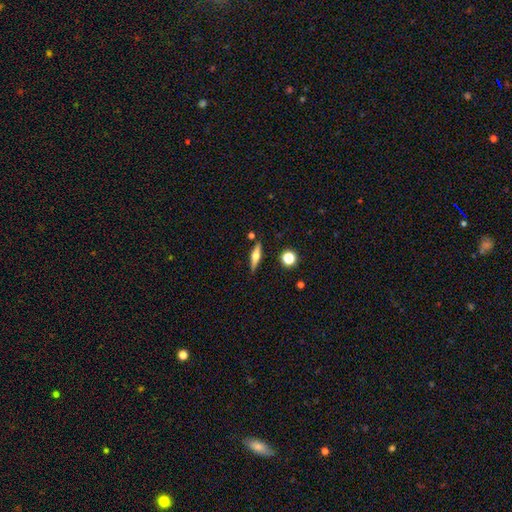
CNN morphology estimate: A featured or disk galaxy (56%) viewed edge-on (95%) with a rounded central bulge (90%).

Vote fractions:
- Smooth or featured? featured or disk: 56% / smooth: 37% / star or artifact: 7%
- Edge-on disk? yes: 95% / no: 5%
- Edge-on bulge? rounded: 90% / boxy: 7% / none: 3%
- Merging? none: 84% / minor disturbance: 10% / merger: 4% / major disturbance: 2%